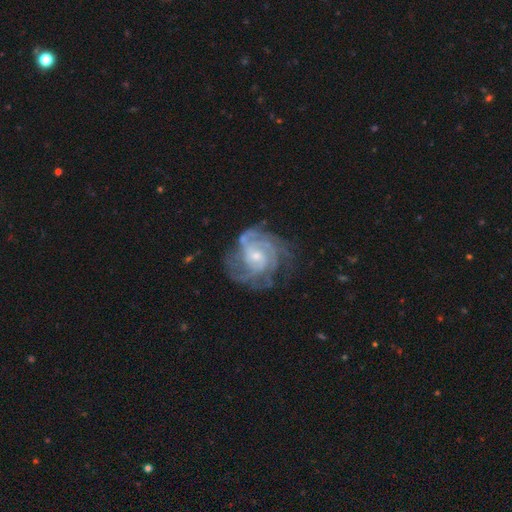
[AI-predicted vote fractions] This is clearly a featured or disk galaxy (88%). It is clearly not viewed edge-on (98%). Bar: possibly no (57%). Spiral arm pattern: clearly yes (97%). Spiral arm count: marginally 3 (27%). Spiral winding: likely tight (60%). Central bulge: possibly small (59%). Merging: likely none (68%).